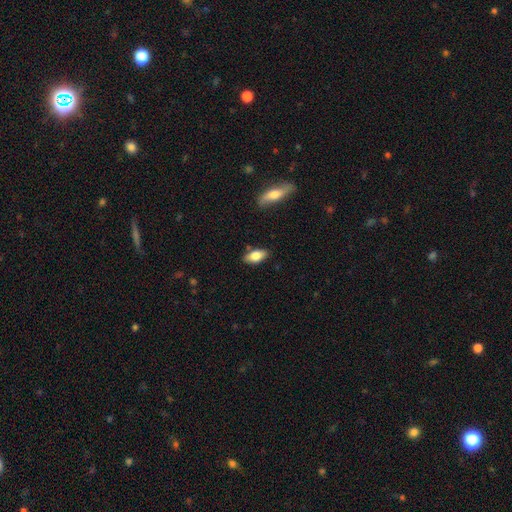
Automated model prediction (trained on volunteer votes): This appears to be a smooth galaxy with no disk features (78%) that is in between round and cigar-shaped (88%). Merging: none (82%).